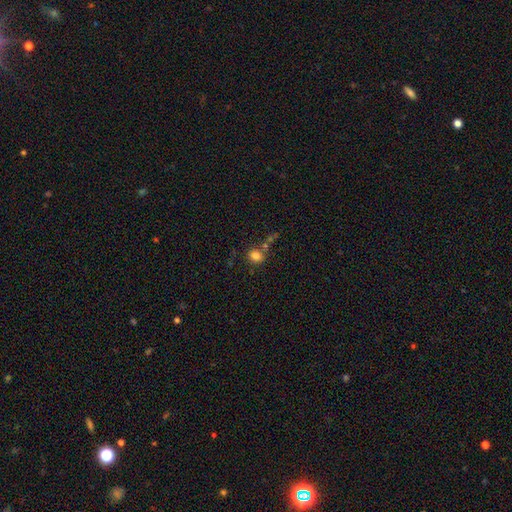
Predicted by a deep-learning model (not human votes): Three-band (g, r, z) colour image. It shows a smooth galaxy with no disk features (81%) that is round (65%). Merging: none (65%).